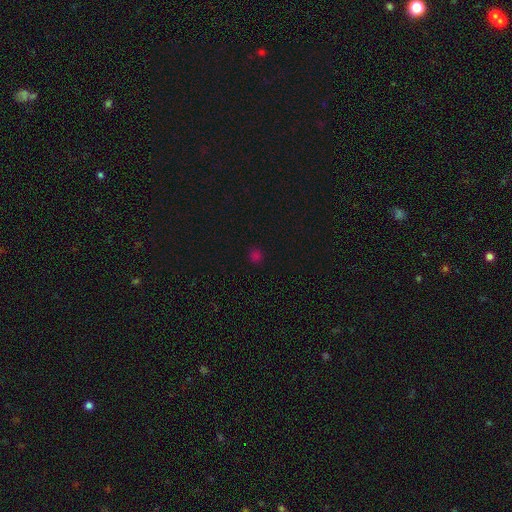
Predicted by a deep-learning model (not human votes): Smooth or featured? Predicted: smooth (p=0.72). How rounded? Predicted: round (p=0.88). Merging? Predicted: none (p=0.89).